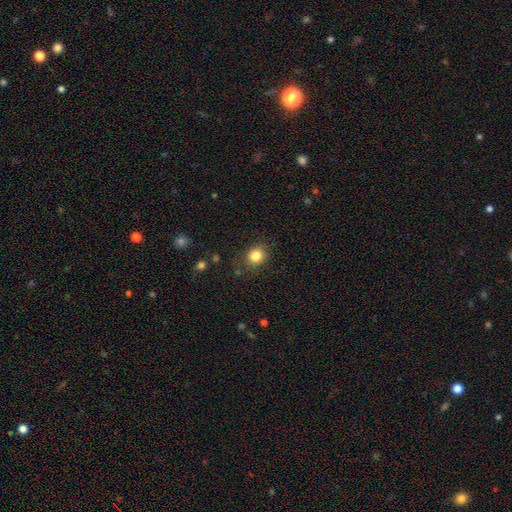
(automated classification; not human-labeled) Overall: smooth (83%). How rounded: round (75%). Merging: none (84%).